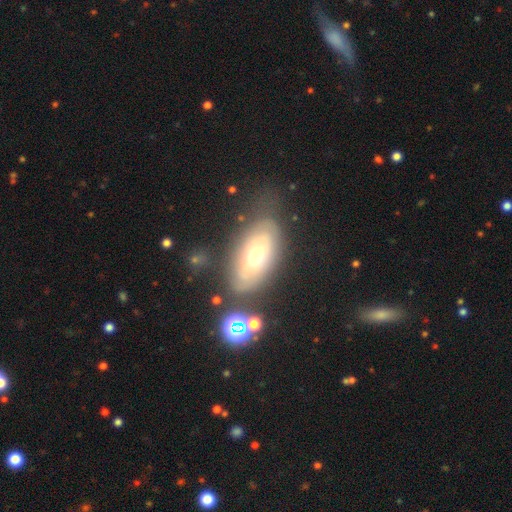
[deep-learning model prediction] This is possibly a featured or disk galaxy (45%, tied with smooth). Merging: likely none (60%).